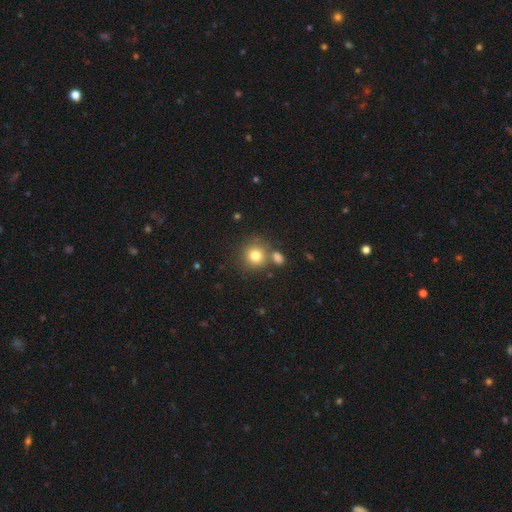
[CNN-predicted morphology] type=smooth (79%); roundness=round (88%); merging=none (65%).